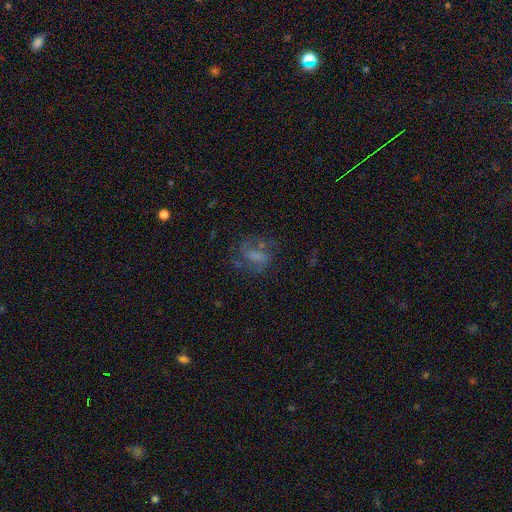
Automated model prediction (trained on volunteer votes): A featured or disk galaxy (51%). Merging: none (51%).